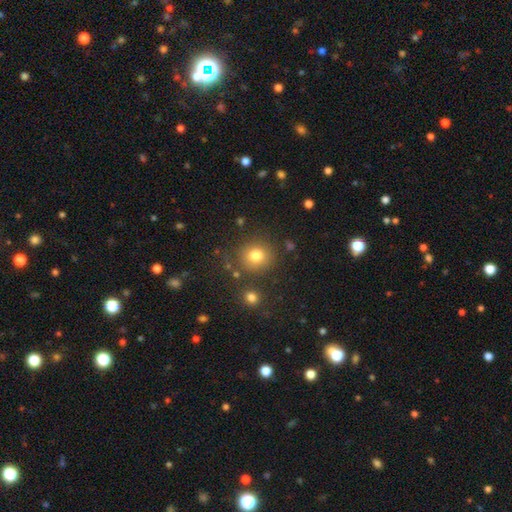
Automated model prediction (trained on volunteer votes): Morphology: type=smooth (79%); roundness=round (86%); merging=none (81%).